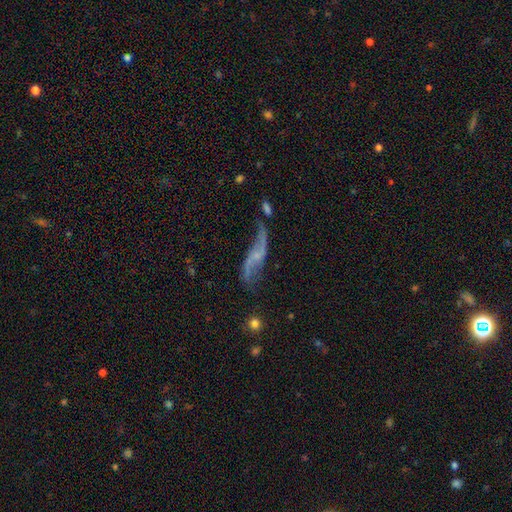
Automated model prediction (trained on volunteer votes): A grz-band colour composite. It shows a featured or disk galaxy (79%) with no bar (55%), 2 (90%) loose (89%) spiral arms (88%) and a small central bulge (56%). Merging: none (49%).